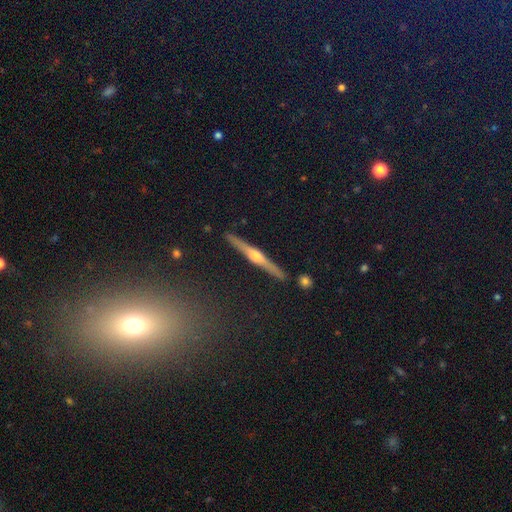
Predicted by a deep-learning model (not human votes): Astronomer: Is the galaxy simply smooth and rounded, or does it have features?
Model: featured or disk — 79%.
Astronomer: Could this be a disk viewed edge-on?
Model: yes — 98%.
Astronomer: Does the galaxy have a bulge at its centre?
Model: rounded — 90%.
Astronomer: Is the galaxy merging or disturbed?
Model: none — 91%.